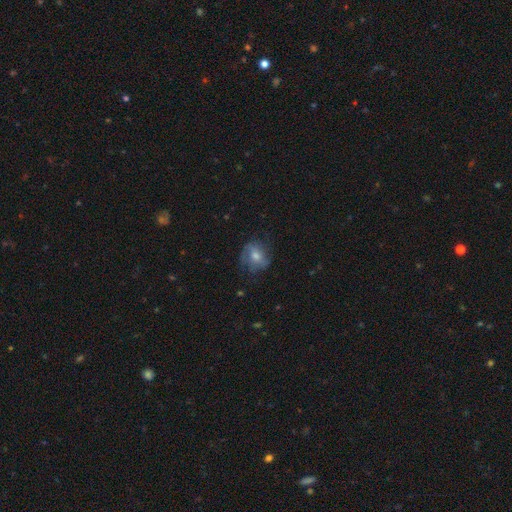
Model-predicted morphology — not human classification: Smooth or featured? Predicted: smooth (p=0.49). Merging? Predicted: none (p=0.62).